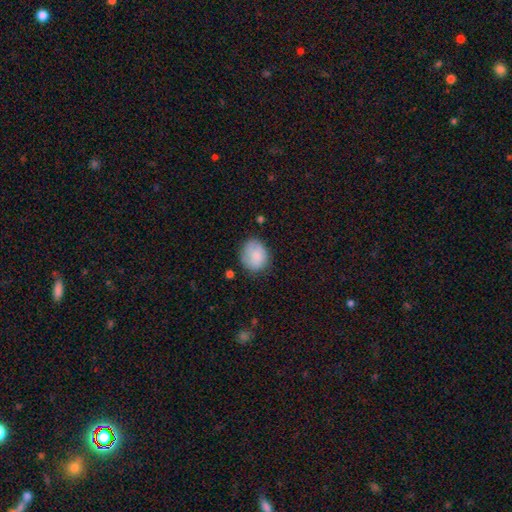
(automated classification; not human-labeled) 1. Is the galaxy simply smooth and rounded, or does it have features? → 79% smooth, 14% featured or disk, 7% star or artifact.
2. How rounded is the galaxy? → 59% round, 40% in between, 1% cigar-shaped.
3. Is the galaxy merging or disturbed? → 66% none, 25% minor disturbance, 7% major disturbance, 3% merger.